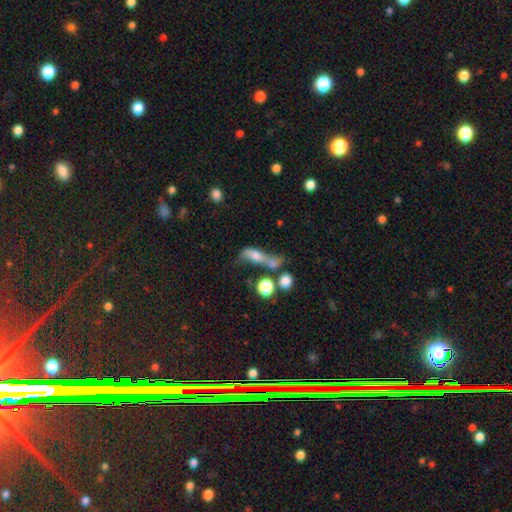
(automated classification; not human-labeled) Smooth or featured: smooth — 46% (featured or disk — 39%)
Merging: merger — 33% (none — 27%)